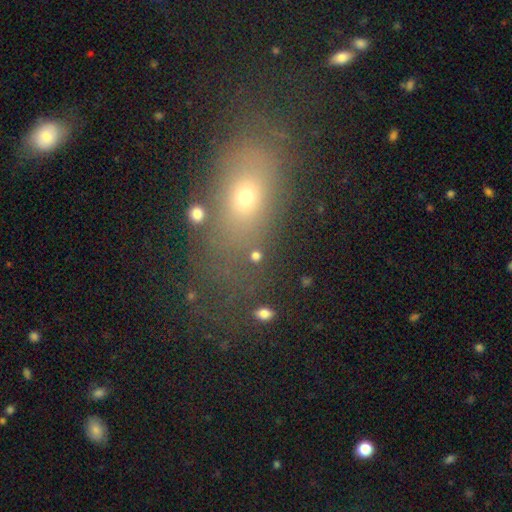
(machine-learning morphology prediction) smooth 67%, star or artifact 23%, featured or disk 10%. Down the decision tree: how rounded — round (66%); merging — none (71%).